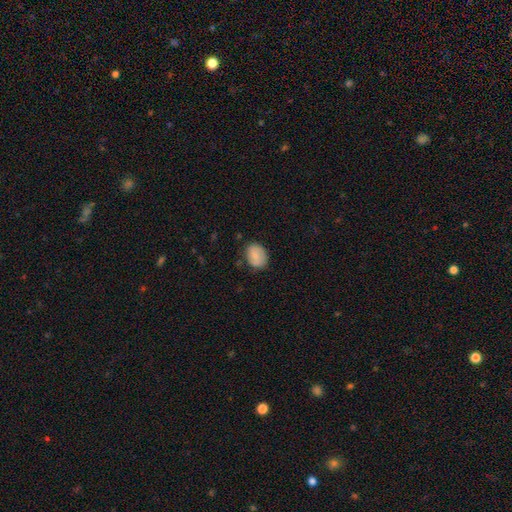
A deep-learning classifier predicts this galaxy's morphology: Smooth or featured?
  - smooth: 76% *
  - featured or disk: 16%
  - star or artifact: 7%
How rounded?
  - in between: 61% *
  - round: 38%
  - cigar-shaped: 1%
Merging?
  - none: 76% *
  - minor disturbance: 18%
  - major disturbance: 4%
  - merger: 2%